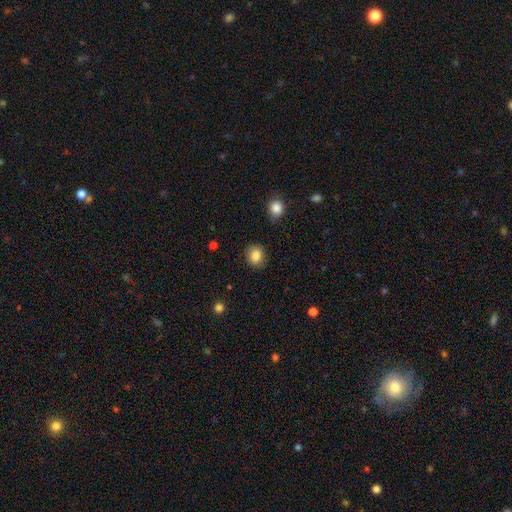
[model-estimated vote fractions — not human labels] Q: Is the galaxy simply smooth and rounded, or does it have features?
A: smooth — 86%.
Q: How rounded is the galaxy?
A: round — 65%.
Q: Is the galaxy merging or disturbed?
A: none — 87%.